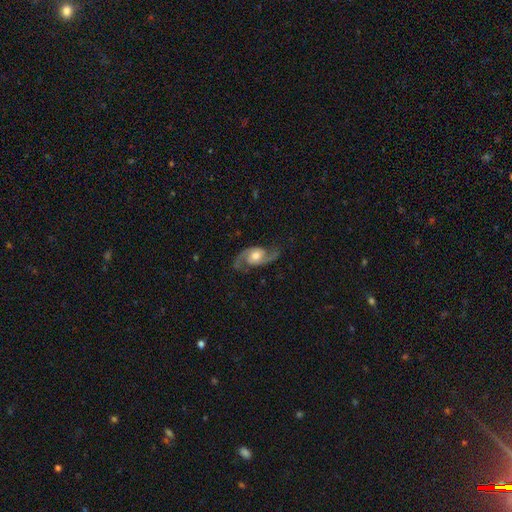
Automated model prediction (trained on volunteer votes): The model was most divided on "spiral winding": medium: 48%, loose: 39%, tight: 13%. More confident: spiral arms — yes (97%); edge-on disk — no (96%); spiral arm count — 2 (94%); smooth or featured — featured or disk (88%); merging — none (79%); bar — no (67%); bulge size — moderate (61%).